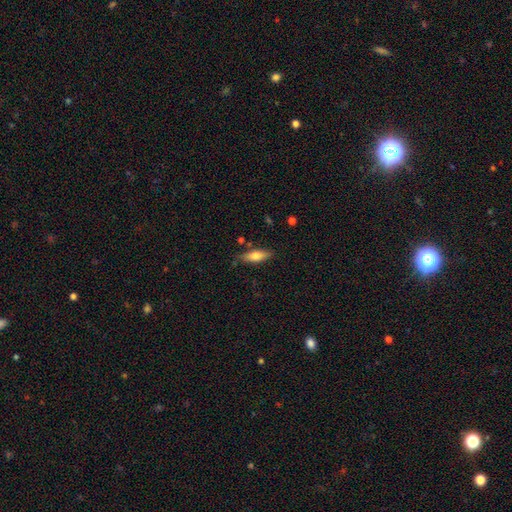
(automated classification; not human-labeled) smooth_or_featured: smooth (p=0.63) [alt: featured or disk p=0.31]
how_rounded: in between (p=0.53) [alt: cigar-shaped p=0.45]
merging: none (p=0.79) [alt: minor disturbance p=0.15]